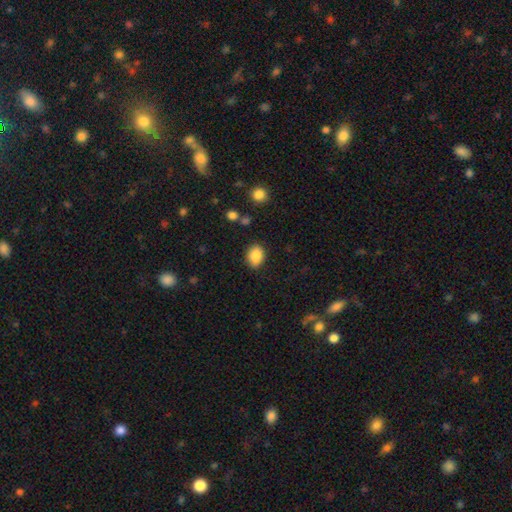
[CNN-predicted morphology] The model was most divided on "how rounded": in between: 63%, round: 36%, cigar-shaped: 1%. More confident: smooth or featured — smooth (87%); merging — none (83%).